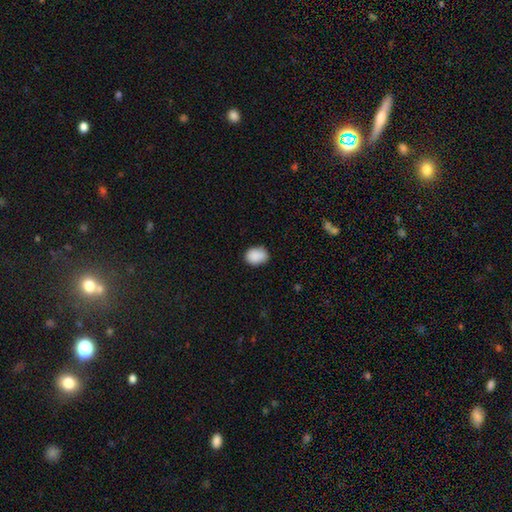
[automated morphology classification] Overall: smooth (88%). How rounded: in between (55%; round 44%). Merging: none (75%).